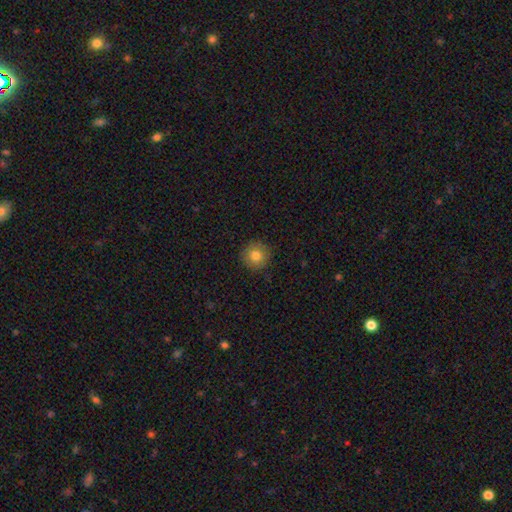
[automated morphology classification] Overall: smooth (80%). How rounded: round (95%). Merging: none (90%).